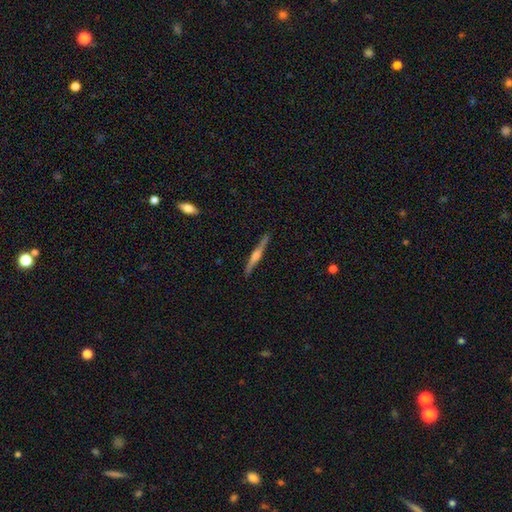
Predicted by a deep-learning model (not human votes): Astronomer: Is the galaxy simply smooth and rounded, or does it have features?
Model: featured or disk — 74%.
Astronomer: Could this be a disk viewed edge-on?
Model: yes — 98%.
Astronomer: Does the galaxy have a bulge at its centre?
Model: rounded — 79%.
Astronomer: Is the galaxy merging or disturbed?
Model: none — 91%.